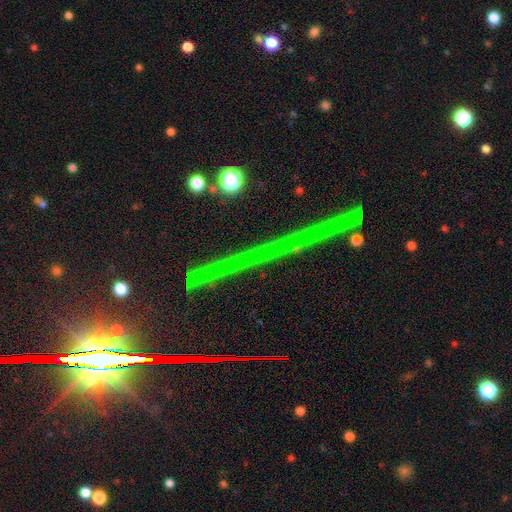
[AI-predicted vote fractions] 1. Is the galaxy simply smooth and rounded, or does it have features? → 74% star or artifact, 15% featured or disk, 11% smooth.